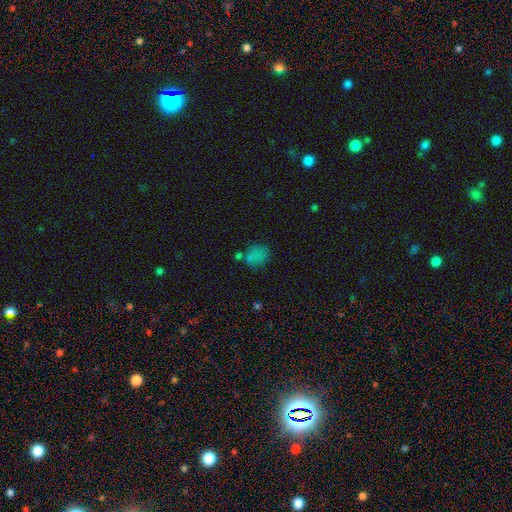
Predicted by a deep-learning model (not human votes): A smooth galaxy with no disk features (72%) that is round (67%).

Vote fractions:
- Smooth or featured? smooth: 72% / star or artifact: 19% / featured or disk: 9%
- How rounded? round: 67% / in between: 32% / cigar-shaped: 1%
- Merging? none: 59% / minor disturbance: 18% / merger: 16% / major disturbance: 8%